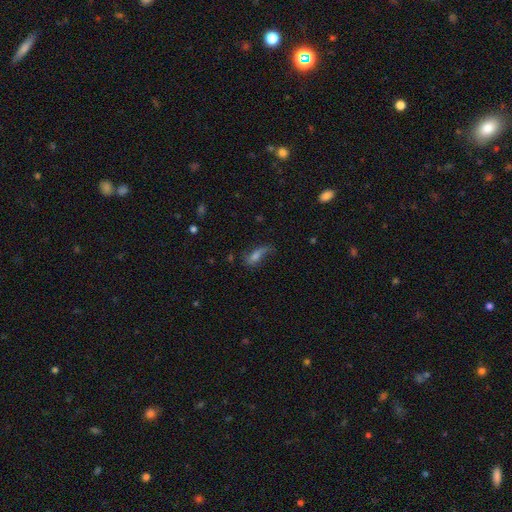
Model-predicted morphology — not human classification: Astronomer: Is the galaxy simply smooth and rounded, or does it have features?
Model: featured or disk — 43%, tied with smooth at 43%.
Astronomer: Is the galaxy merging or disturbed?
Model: none — 46% (runner-up: minor disturbance, 28%).